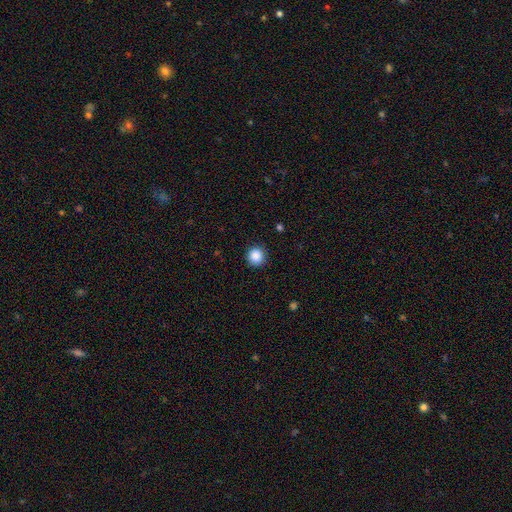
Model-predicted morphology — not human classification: smooth-or-featured: smooth: 87% | star or artifact: 10% | featured or disk: 3%
  how-rounded: round: 95% | in between: 4% | cigar-shaped: 1%
  merging: none: 91% | minor disturbance: 6% | major disturbance: 2% | merger: 1%